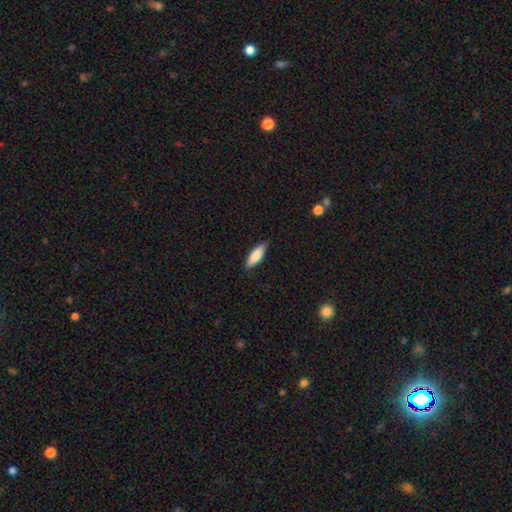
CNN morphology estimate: type=smooth (81%); roundness=in between (57%); merging=none (86%).